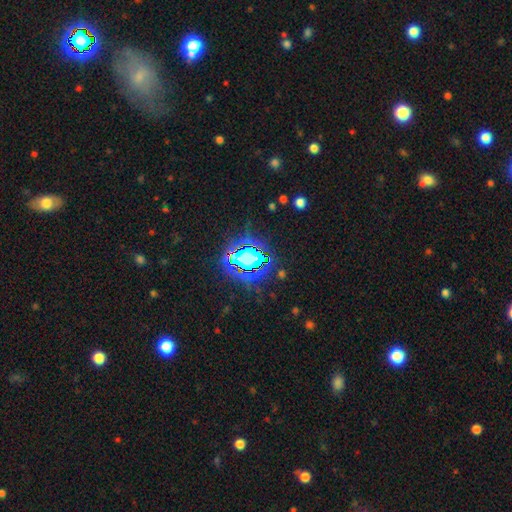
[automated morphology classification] smooth-or-featured: star or artifact: 74% | smooth: 15% | featured or disk: 10%